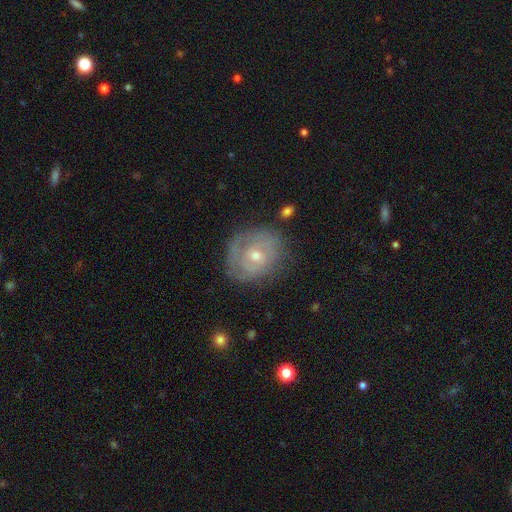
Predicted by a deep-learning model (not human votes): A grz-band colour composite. It shows a featured or disk galaxy (62%) with no bar (72%), spiral arms (69%) and a small central bulge (50%). Merging: none (68%).